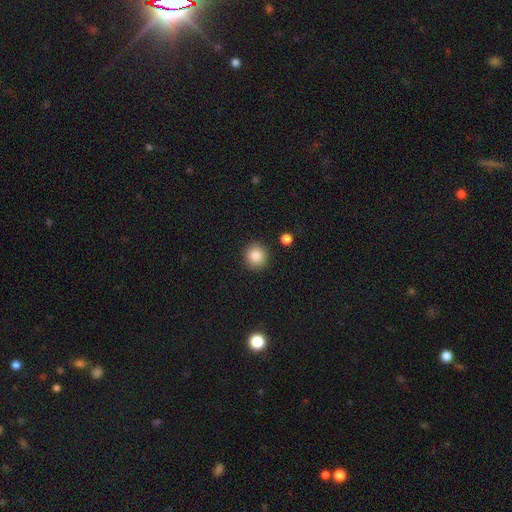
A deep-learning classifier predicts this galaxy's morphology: This appears to be a smooth galaxy with no disk features (86%) that is round (91%). Merging: none (90%).